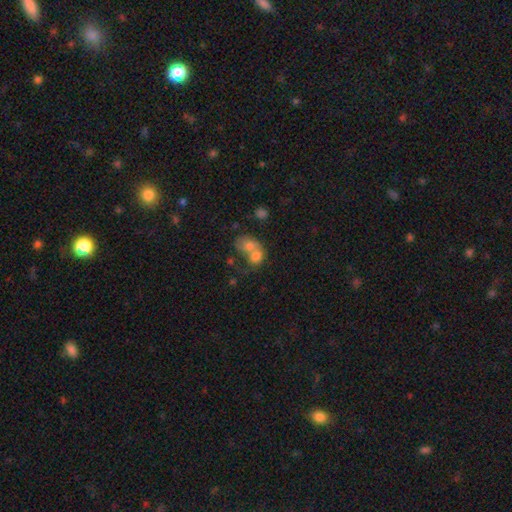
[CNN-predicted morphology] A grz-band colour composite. It shows a smooth galaxy with no disk features (71%) that is in between round and cigar-shaped (56%). Merging: merger (74%).